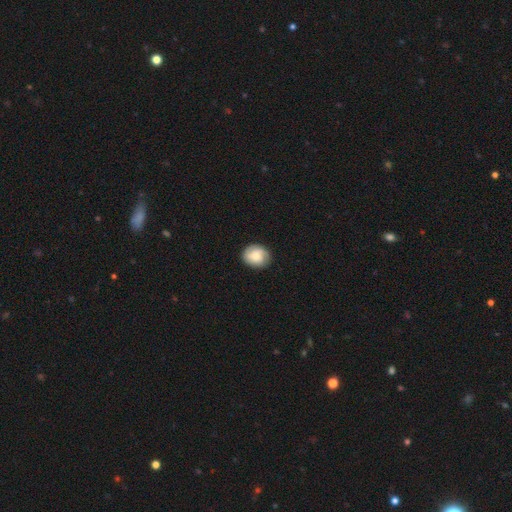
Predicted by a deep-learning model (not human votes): A smooth galaxy with no disk features (55%) that is round (67%). Merging: none (83%).